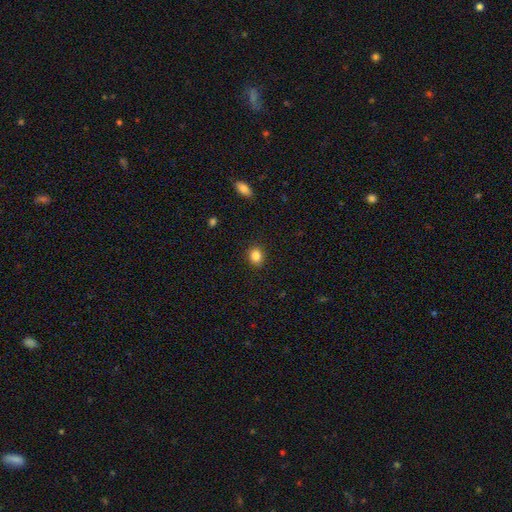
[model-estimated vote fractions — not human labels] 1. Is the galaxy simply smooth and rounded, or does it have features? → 85% smooth, 10% star or artifact, 5% featured or disk.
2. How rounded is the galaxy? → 63% round, 36% in between, 1% cigar-shaped.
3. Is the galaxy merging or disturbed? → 89% none, 8% minor disturbance, 2% major disturbance, 1% merger.